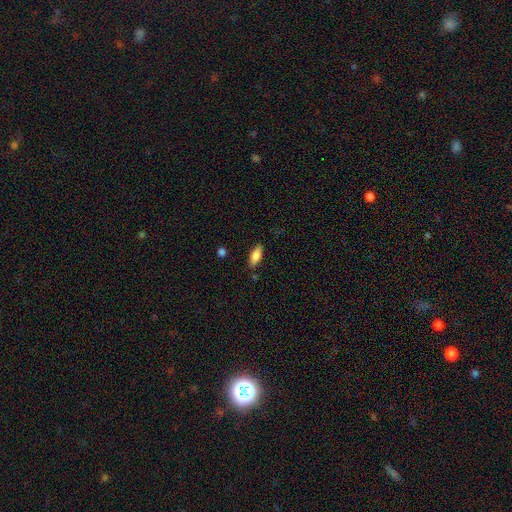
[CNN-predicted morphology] The model was most divided on "how rounded": in between: 78%, cigar-shaped: 19%, round: 2%. More confident: merging — none (84%); smooth or featured — smooth (81%).